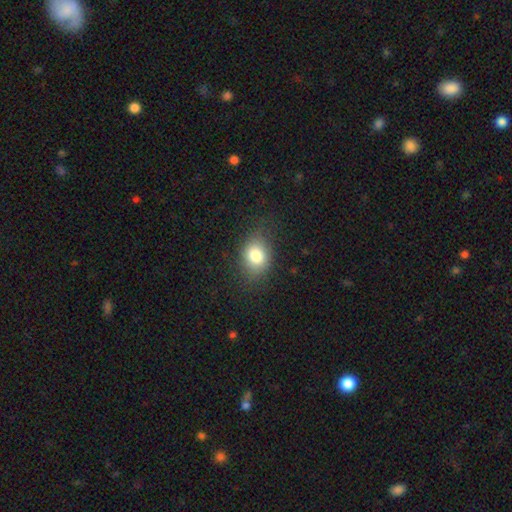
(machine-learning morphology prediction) type=smooth (80%); roundness=in between (58%); merging=none (76%).